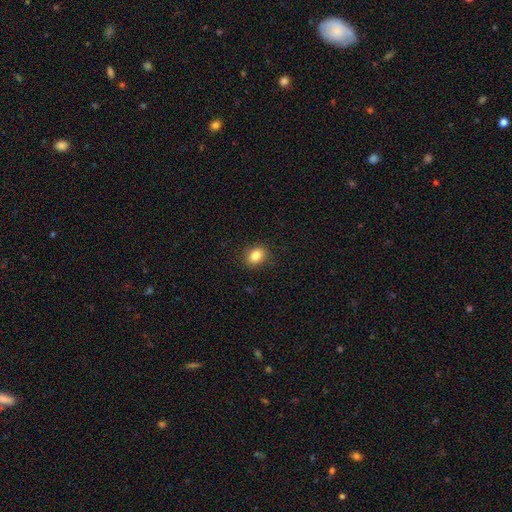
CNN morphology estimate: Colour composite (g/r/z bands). It shows a smooth galaxy with no disk features (83%) that is round (50%). Merging: none (89%).